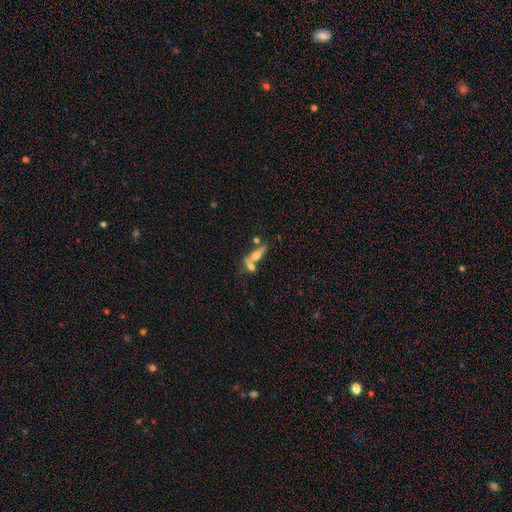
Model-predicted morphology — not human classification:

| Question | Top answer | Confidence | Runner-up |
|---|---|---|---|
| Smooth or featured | smooth | 53% | featured or disk (37%) |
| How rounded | in between | 53% | cigar-shaped (39%) |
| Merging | merger | 52% | none (31%) |